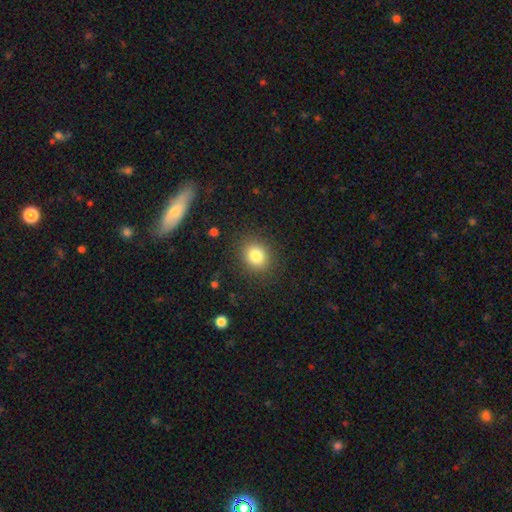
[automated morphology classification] This appears to be a smooth galaxy with no disk features (82%) that is round (71%). Merging: none (87%).